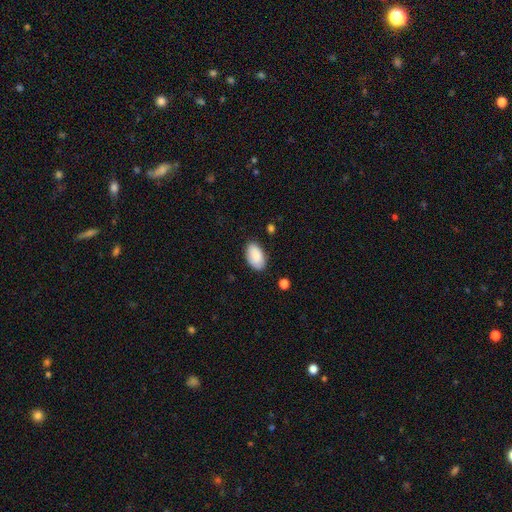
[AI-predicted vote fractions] smooth-or-featured: smooth: 88% | featured or disk: 6% | star or artifact: 6%
  how-rounded: in between: 95% | round: 4% | cigar-shaped: 1%
  merging: none: 81% | minor disturbance: 15% | major disturbance: 3% | merger: 2%